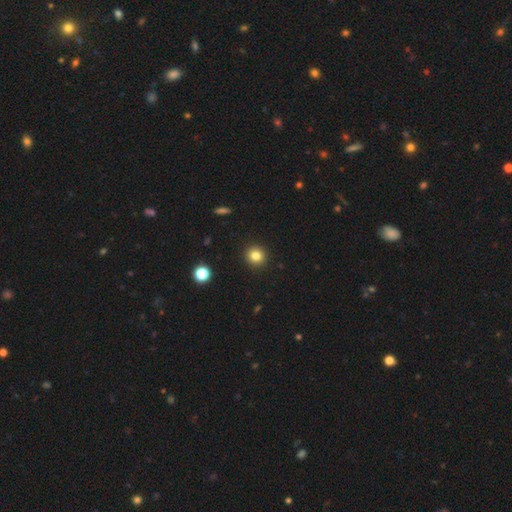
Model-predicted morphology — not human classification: Smooth or featured? Predicted: smooth (p=0.82). How rounded? Predicted: round (p=0.92). Merging? Predicted: none (p=0.93).